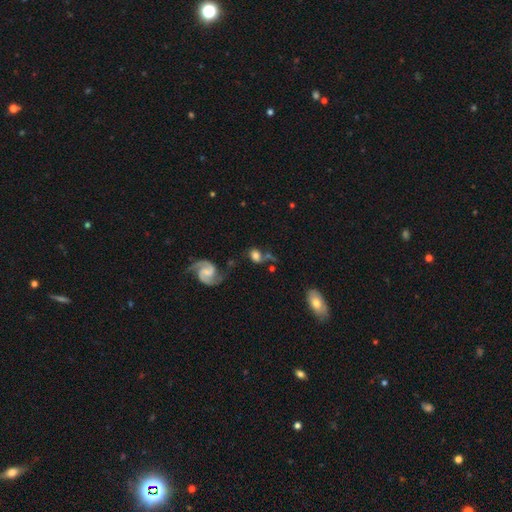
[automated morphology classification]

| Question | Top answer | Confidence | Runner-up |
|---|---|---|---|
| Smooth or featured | smooth | 49% | featured or disk (40%) |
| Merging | none | 50% | minor disturbance (19%) |